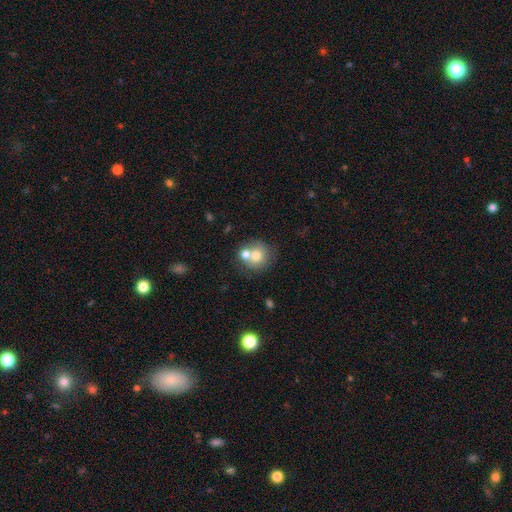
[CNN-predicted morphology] Overall: smooth (70%). How rounded: round (84%). Merging: none (45%; merger 41%).